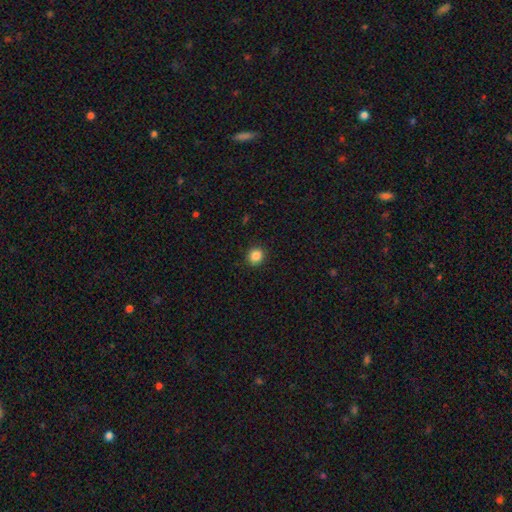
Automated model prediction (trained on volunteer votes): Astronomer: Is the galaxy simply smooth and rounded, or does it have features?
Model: smooth — 86%.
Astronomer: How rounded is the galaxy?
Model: round — 88%.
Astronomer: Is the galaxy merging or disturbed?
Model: none — 91%.